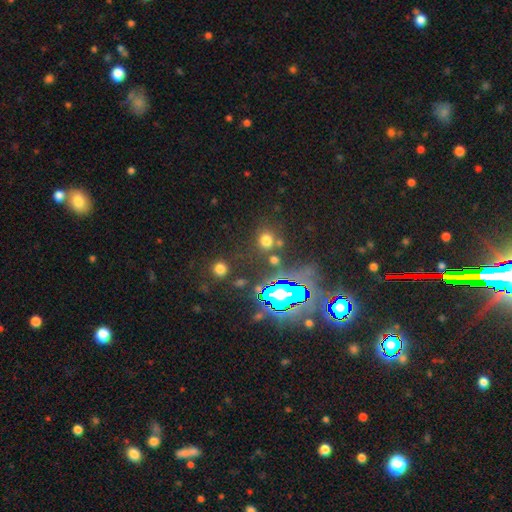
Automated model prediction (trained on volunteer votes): Smooth or featured: star or artifact — 78% (smooth — 14%)